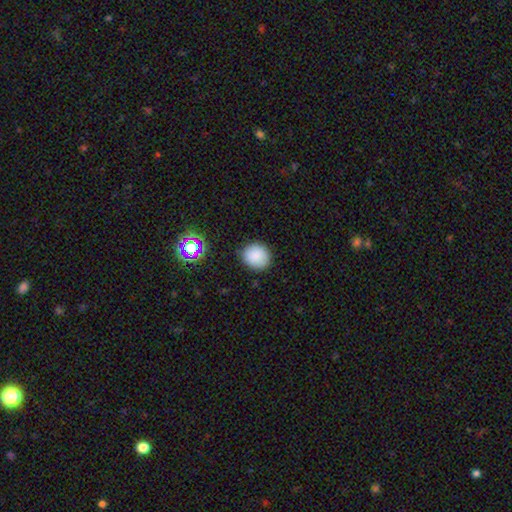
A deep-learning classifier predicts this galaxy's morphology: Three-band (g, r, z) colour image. It shows a smooth galaxy with no disk features (85%) that is round (83%). Merging: none (88%).